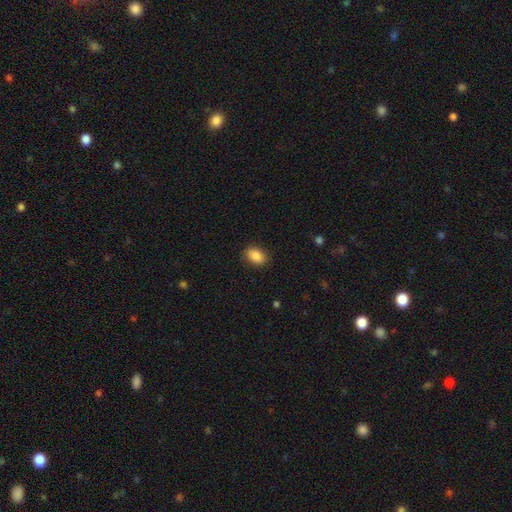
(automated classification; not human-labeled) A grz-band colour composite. It shows a smooth galaxy with no disk features (87%) that is in between round and cigar-shaped (82%). Merging: none (85%).